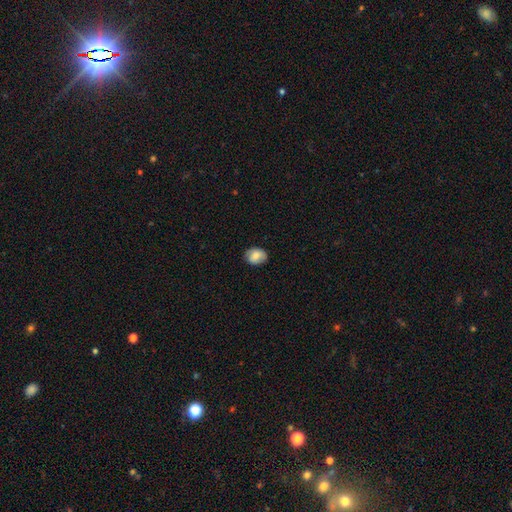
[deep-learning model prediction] smooth_or_featured: smooth (p=0.74) [alt: featured or disk p=0.18]
how_rounded: in between (p=0.56) [alt: round p=0.43]
merging: none (p=0.77) [alt: minor disturbance p=0.18]